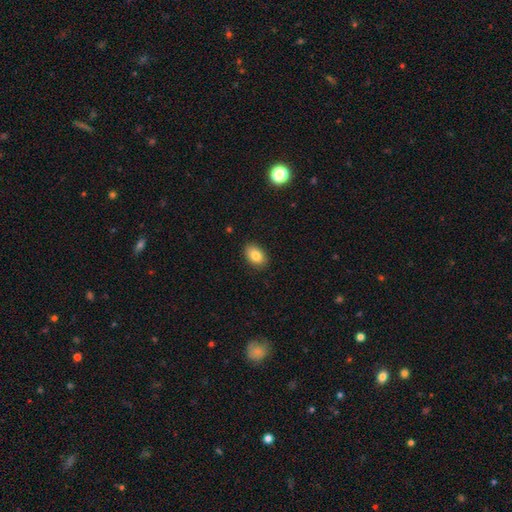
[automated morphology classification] The model was most divided on "smooth or featured": smooth: 82%, featured or disk: 9%, star or artifact: 8%. More confident: how rounded — in between (87%); merging — none (87%).